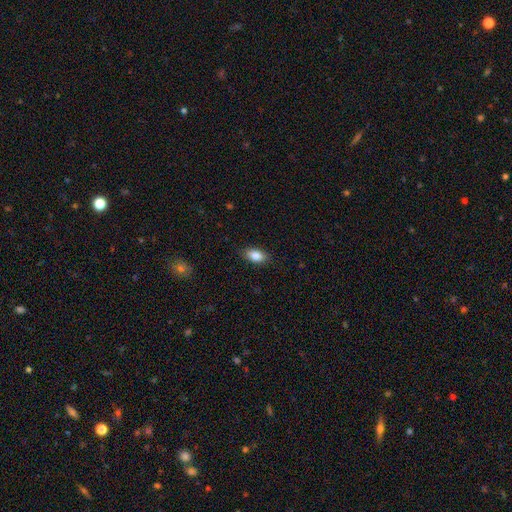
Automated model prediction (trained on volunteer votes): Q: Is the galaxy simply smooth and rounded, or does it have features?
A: smooth — 83%.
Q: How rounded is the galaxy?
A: in between — 89%.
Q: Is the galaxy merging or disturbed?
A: none — 87%.